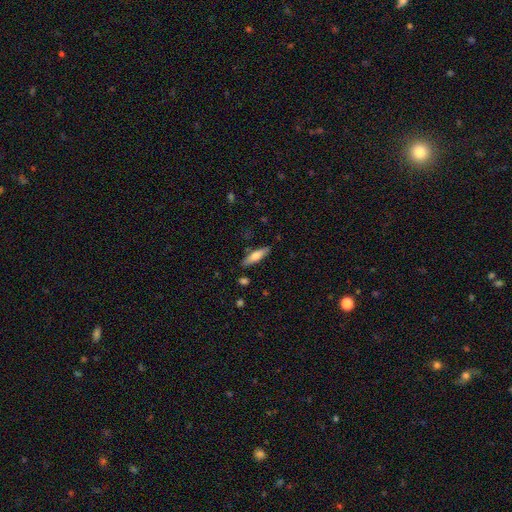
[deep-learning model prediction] smooth_or_featured: smooth (p=0.65) [alt: featured or disk p=0.29]
how_rounded: cigar-shaped (p=0.63) [alt: in between p=0.35]
merging: none (p=0.83) [alt: minor disturbance p=0.11]